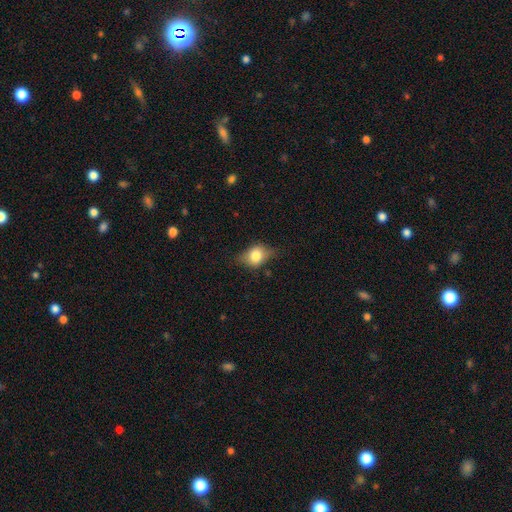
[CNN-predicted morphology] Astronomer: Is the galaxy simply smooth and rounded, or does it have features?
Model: smooth — 70%.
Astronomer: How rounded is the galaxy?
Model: in between — 64%.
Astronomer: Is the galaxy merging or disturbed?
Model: none — 66%.